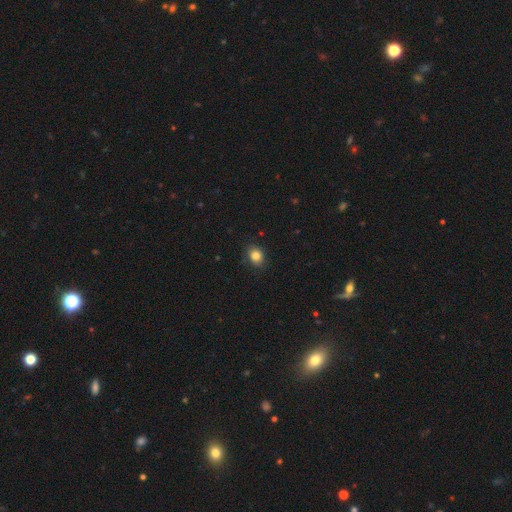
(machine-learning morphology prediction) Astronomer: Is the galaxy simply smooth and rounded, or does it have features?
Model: smooth — 84%.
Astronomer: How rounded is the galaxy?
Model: round — 51% (runner-up: in between, 48%).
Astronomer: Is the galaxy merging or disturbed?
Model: none — 83%.